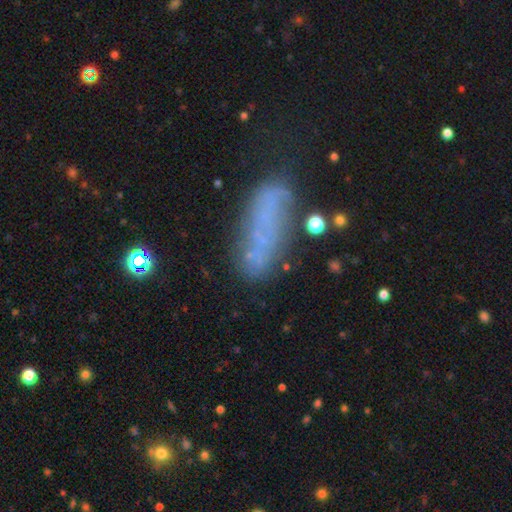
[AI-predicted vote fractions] A featured or disk galaxy (40%). Merging: none (53%).